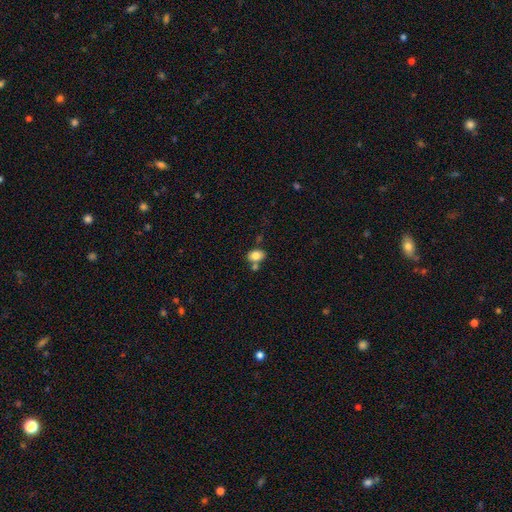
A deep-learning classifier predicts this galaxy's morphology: Smooth or featured?
  - smooth: 80% *
  - featured or disk: 11%
  - star or artifact: 9%
How rounded?
  - in between: 76% *
  - round: 23%
  - cigar-shaped: 1%
Merging?
  - none: 57% *
  - merger: 26%
  - minor disturbance: 14%
  - major disturbance: 4%